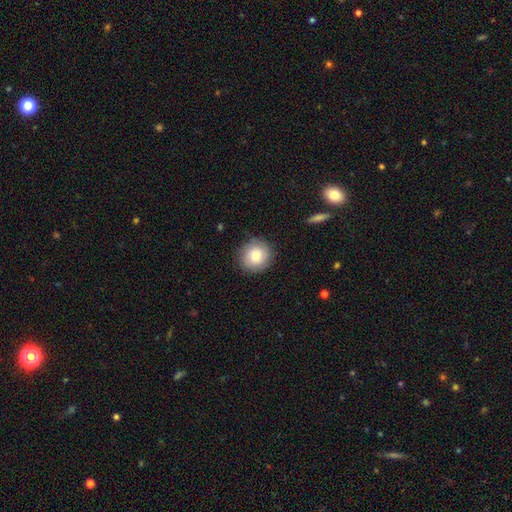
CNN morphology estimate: This is likely a smooth galaxy (77%). How rounded: clearly round (91%). Merging: clearly none (87%).